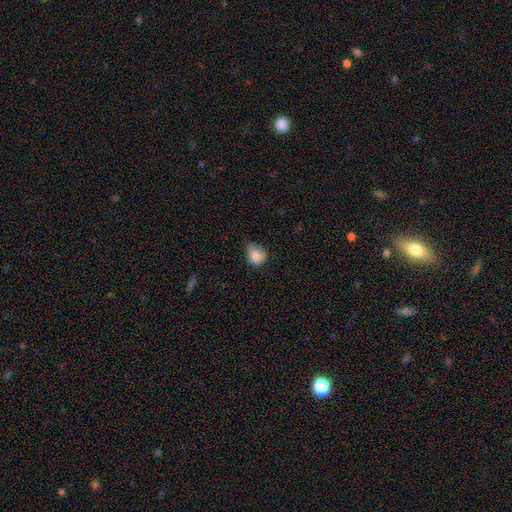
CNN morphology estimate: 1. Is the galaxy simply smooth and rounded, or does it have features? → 79% smooth, 11% featured or disk, 9% star or artifact.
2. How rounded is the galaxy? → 56% in between, 43% round, 1% cigar-shaped.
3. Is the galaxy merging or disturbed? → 45% none, 39% minor disturbance, 14% major disturbance, 2% merger.